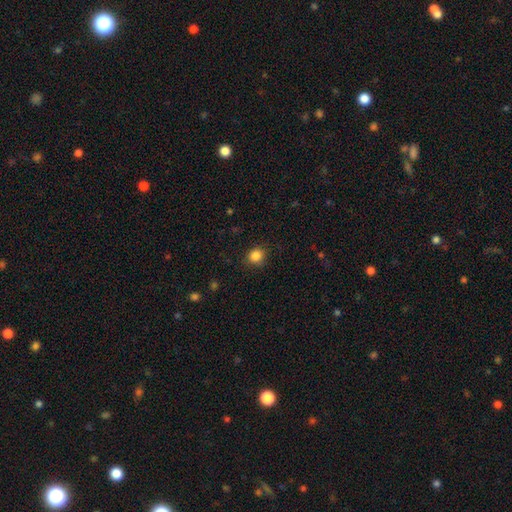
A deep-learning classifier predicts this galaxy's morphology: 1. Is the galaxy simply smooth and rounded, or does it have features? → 85% smooth, 11% star or artifact, 4% featured or disk.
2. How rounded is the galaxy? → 80% round, 19% in between, 1% cigar-shaped.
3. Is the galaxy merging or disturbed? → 86% none, 10% minor disturbance, 3% major disturbance, 1% merger.